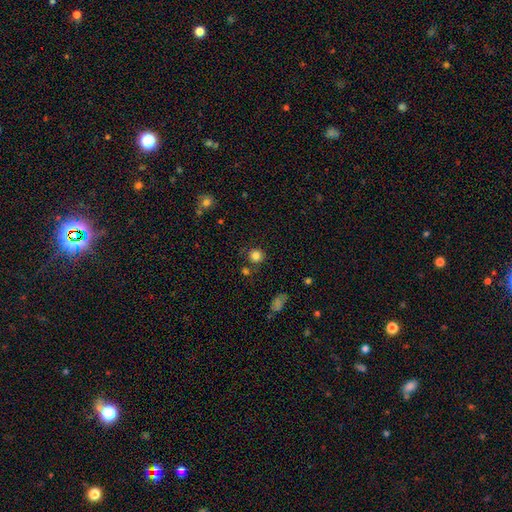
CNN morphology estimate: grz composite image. It shows a smooth galaxy with no disk features (83%) that is round (91%). Merging: none (78%).